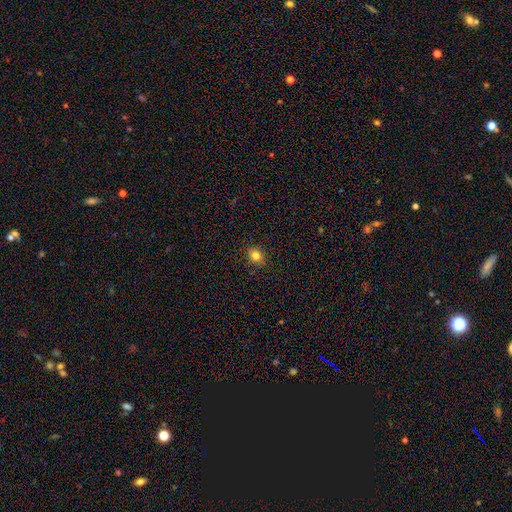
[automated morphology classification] Smooth or featured? Predicted: smooth (p=0.81). How rounded? Predicted: round (p=0.65). Merging? Predicted: none (p=0.89).